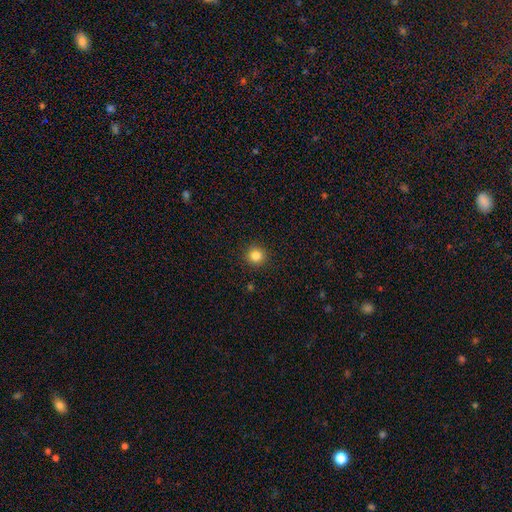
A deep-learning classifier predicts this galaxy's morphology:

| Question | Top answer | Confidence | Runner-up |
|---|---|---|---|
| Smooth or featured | smooth | 83% | star or artifact (12%) |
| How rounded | round | 94% | in between (5%) |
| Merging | none | 93% | minor disturbance (5%) |